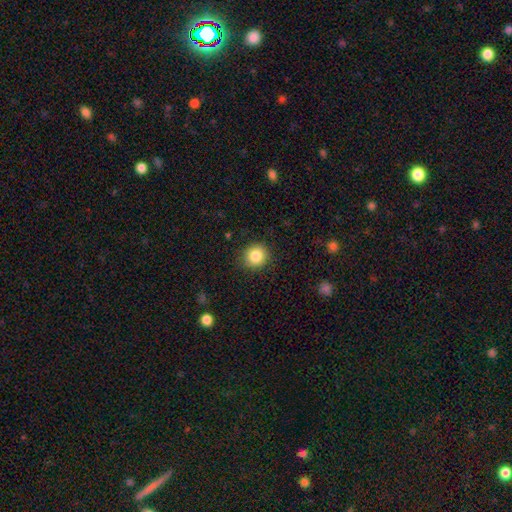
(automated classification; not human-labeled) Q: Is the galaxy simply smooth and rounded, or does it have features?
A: smooth — 85%.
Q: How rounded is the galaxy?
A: round — 90%.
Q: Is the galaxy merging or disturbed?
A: none — 89%.